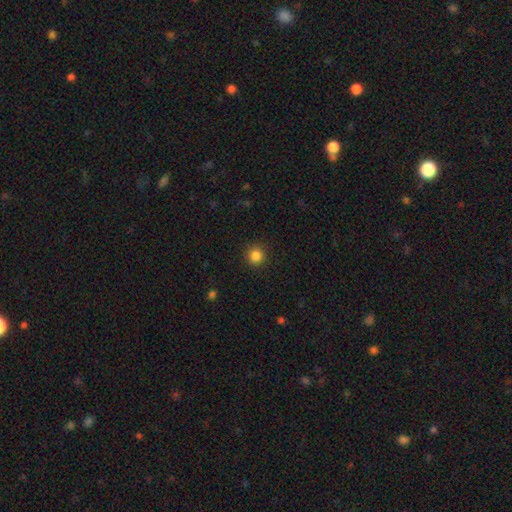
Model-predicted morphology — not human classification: Smooth or featured? Predicted: smooth (p=0.84). How rounded? Predicted: round (p=0.92). Merging? Predicted: none (p=0.91).